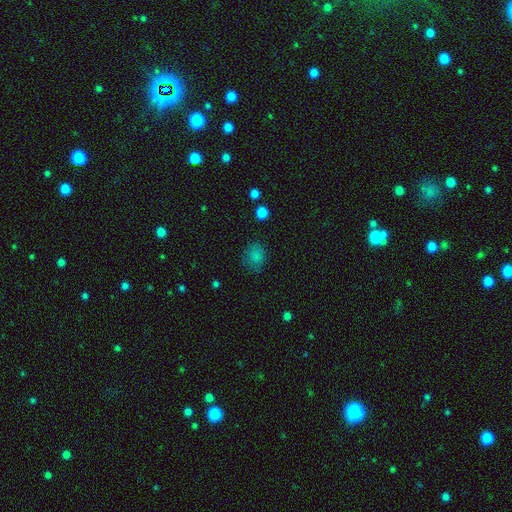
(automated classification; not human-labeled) Smooth or featured: smooth — 80% (star or artifact — 13%)
How rounded: round — 62% (in between — 37%)
Merging: none — 73% (minor disturbance — 19%)